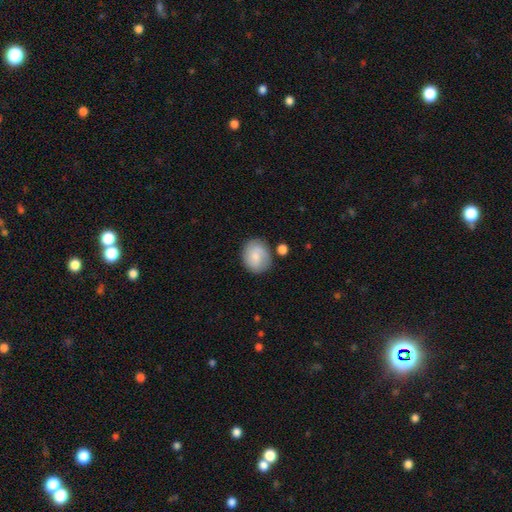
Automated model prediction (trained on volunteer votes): A smooth galaxy with no disk features (67%) that is round (61%).

Vote fractions:
- Smooth or featured? smooth: 67% / featured or disk: 26% / star or artifact: 7%
- How rounded? round: 61% / in between: 38% / cigar-shaped: 1%
- Merging? none: 73% / minor disturbance: 16% / merger: 6% / major disturbance: 5%